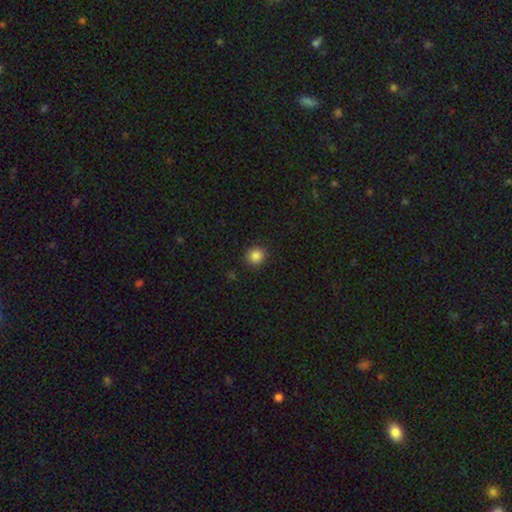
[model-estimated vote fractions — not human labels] A smooth galaxy with no disk features (87%) that is round (89%).

Vote fractions:
- Smooth or featured? smooth: 87% / star or artifact: 10% / featured or disk: 3%
- How rounded? round: 89% / in between: 10% / cigar-shaped: 1%
- Merging? none: 90% / minor disturbance: 7% / major disturbance: 2% / merger: 1%